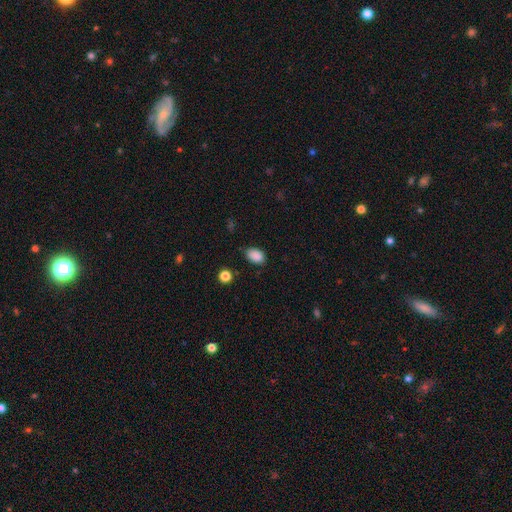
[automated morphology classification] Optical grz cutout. It shows a smooth galaxy with no disk features (88%) that is in between round and cigar-shaped (85%). Merging: none (78%).